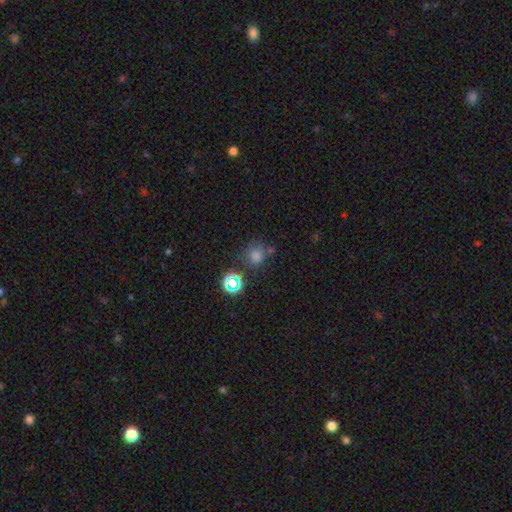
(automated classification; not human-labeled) This appears to be a smooth galaxy with no disk features (70%) that is round (86%). Merging: none (68%).